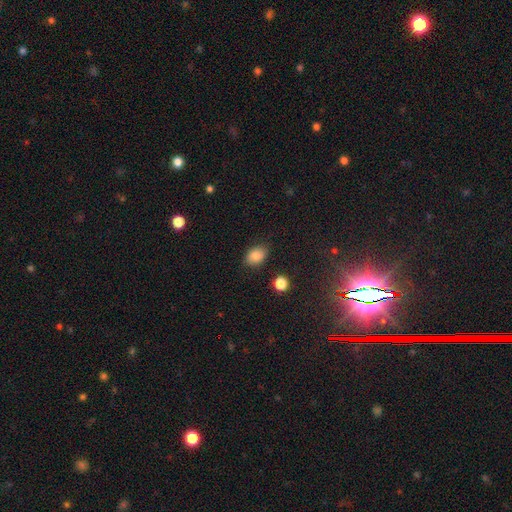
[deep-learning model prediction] smooth 83%, star or artifact 9%, featured or disk 7%. Down the decision tree: how rounded — in between (78%); merging — none (82%).